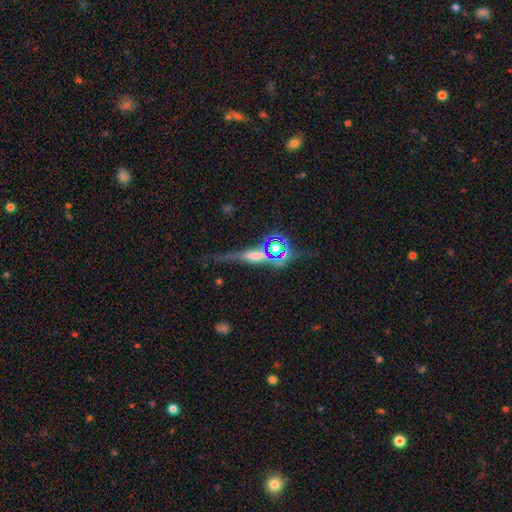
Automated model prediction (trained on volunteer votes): Overall: featured or disk (45%; star or artifact 32%). Merging: none (68%).